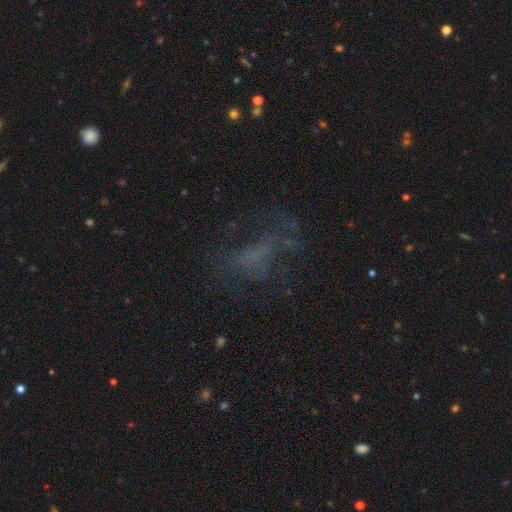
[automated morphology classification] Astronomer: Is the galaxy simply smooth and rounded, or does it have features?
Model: featured or disk — 34%, tied with smooth at 34%.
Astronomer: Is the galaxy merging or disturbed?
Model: none — 47% (runner-up: major disturbance, 32%).